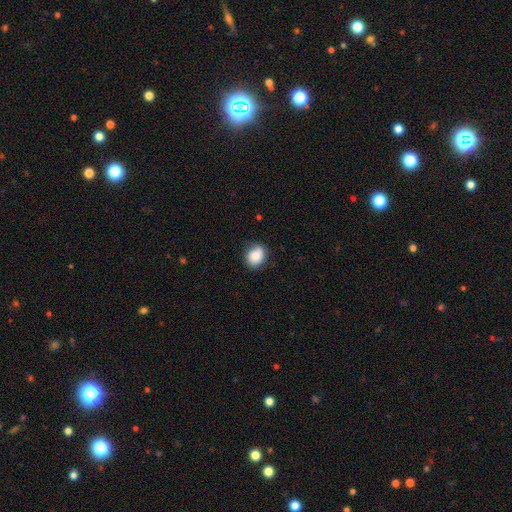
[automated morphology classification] smooth_or_featured: smooth (p=0.82) [alt: featured or disk p=0.10]
how_rounded: round (p=0.64) [alt: in between p=0.35]
merging: none (p=0.71) [alt: minor disturbance p=0.22]